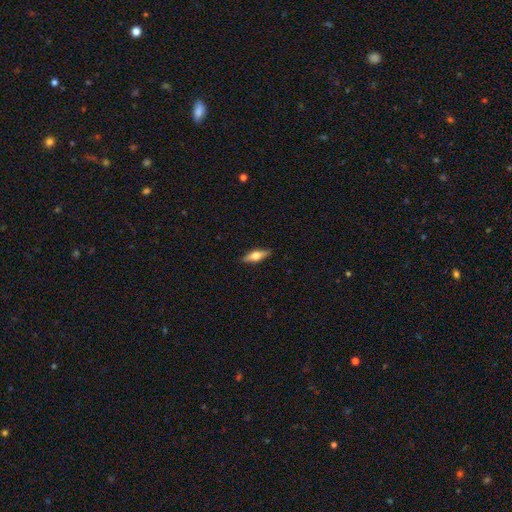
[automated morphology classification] A featured or disk galaxy (52%) viewed edge-on (94%).

Vote fractions:
- Smooth or featured? featured or disk: 52% / smooth: 41% / star or artifact: 7%
- Edge-on disk? yes: 94% / no: 6%
- Merging? none: 89% / minor disturbance: 9% / major disturbance: 2% / merger: 1%